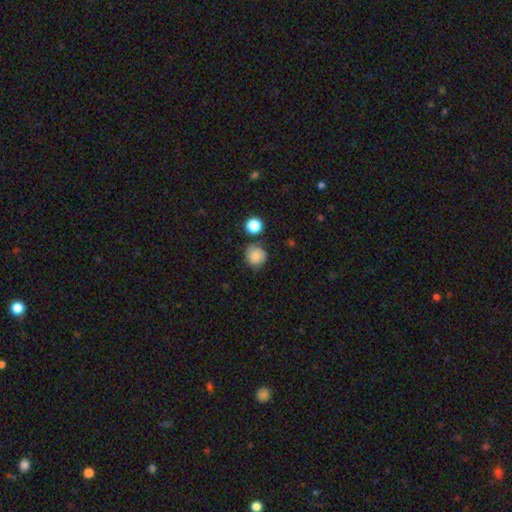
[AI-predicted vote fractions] Overall: smooth (83%). How rounded: round (90%). Merging: none (72%).